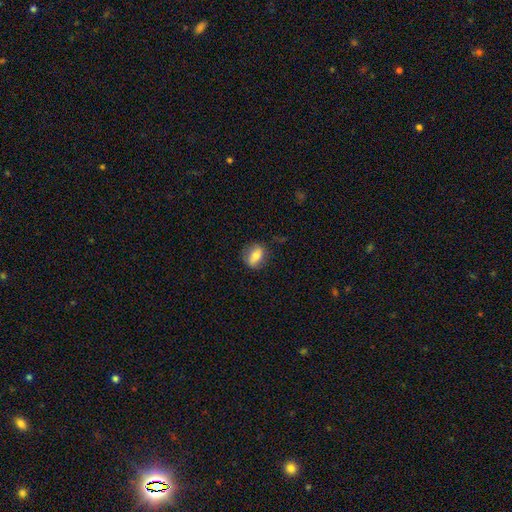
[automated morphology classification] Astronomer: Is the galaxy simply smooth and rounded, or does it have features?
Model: smooth — 70%.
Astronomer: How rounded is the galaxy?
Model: in between — 66%.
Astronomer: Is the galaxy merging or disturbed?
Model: none — 77%.